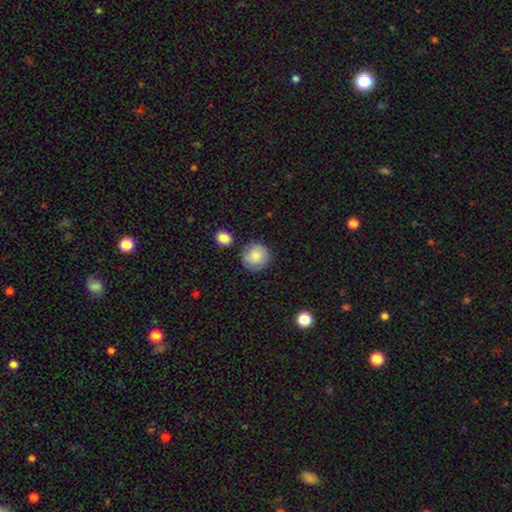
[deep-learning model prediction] Smooth or featured?
  - smooth: 85% *
  - featured or disk: 8%
  - star or artifact: 7%
How rounded?
  - round: 93% *
  - in between: 6%
  - cigar-shaped: 1%
Merging?
  - none: 80% *
  - minor disturbance: 12%
  - merger: 4%
  - major disturbance: 3%